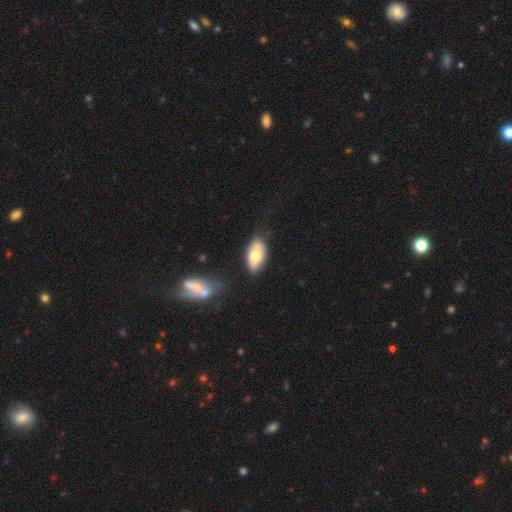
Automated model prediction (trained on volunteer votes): A smooth galaxy with no disk features (68%) that is in between round and cigar-shaped (92%).

Vote fractions:
- Smooth or featured? smooth: 68% / featured or disk: 26% / star or artifact: 6%
- How rounded? in between: 92% / cigar-shaped: 4% / round: 4%
- Merging? none: 71% / minor disturbance: 20% / major disturbance: 5% / merger: 4%